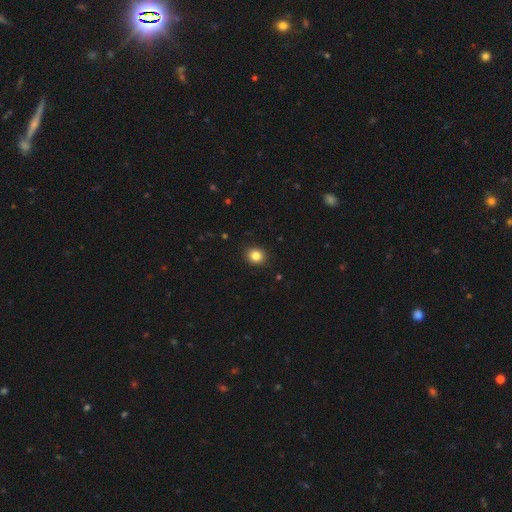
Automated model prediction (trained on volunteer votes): smooth_or_featured: smooth (p=0.85) [alt: star or artifact p=0.11]
how_rounded: round (p=0.79) [alt: in between p=0.20]
merging: none (p=0.91) [alt: minor disturbance p=0.06]